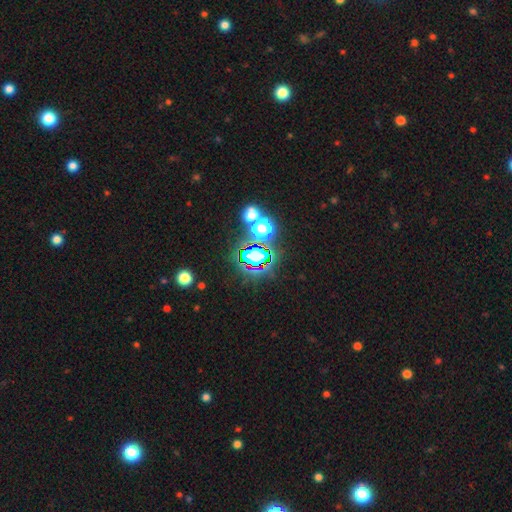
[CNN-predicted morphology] A star or artifact, not a galaxy (67%).

Vote fractions:
- Smooth or featured? star or artifact: 67% / smooth: 22% / featured or disk: 11%